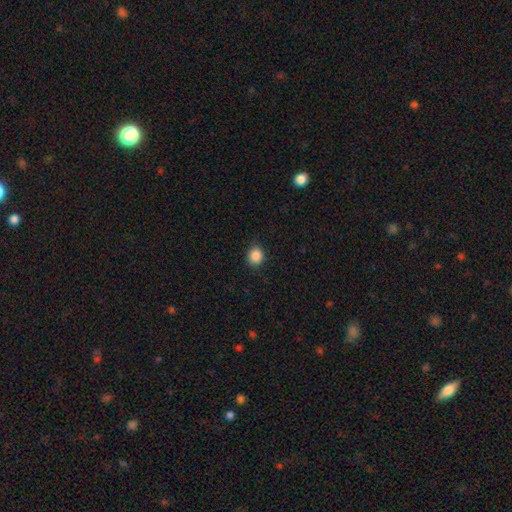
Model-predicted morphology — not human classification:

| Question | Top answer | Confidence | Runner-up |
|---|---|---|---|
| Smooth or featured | smooth | 87% | star or artifact (10%) |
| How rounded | round | 79% | in between (20%) |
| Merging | none | 89% | minor disturbance (8%) |